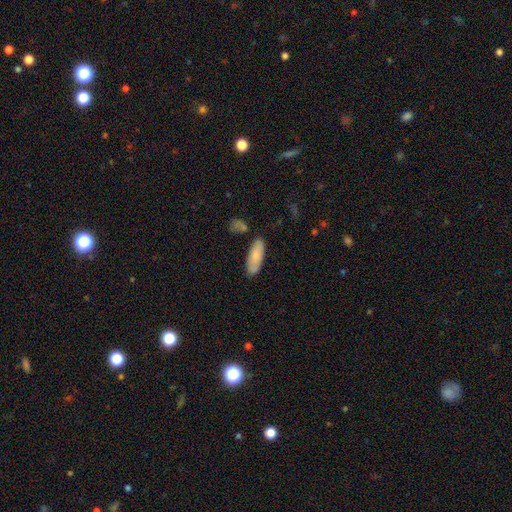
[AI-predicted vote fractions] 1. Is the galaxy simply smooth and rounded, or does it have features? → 79% smooth, 15% featured or disk, 6% star or artifact.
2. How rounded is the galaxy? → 70% in between, 28% cigar-shaped, 2% round.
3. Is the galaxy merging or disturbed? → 77% none, 15% minor disturbance, 5% merger, 3% major disturbance.